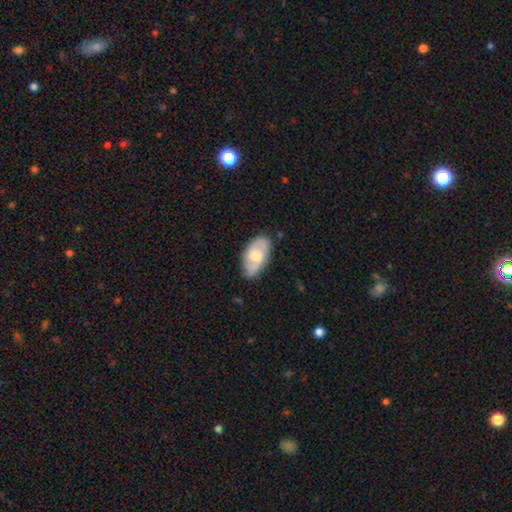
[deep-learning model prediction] This appears to be a featured or disk galaxy (51%). Merging: none (75%).